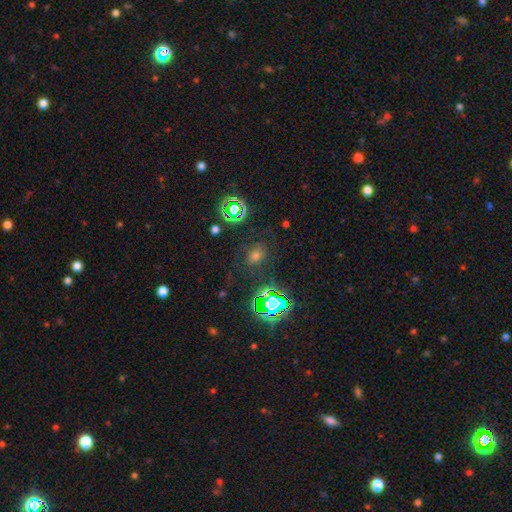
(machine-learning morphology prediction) Overall: smooth (50%; star or artifact 38%). How rounded: round (60%; in between 38%). Merging: none (76%).